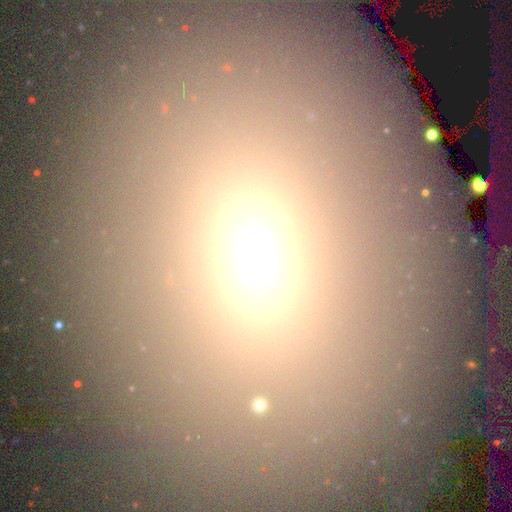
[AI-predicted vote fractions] Smooth or featured?
  - smooth: 62% *
  - star or artifact: 24%
  - featured or disk: 15%
How rounded?
  - in between: 60% *
  - round: 34%
  - cigar-shaped: 6%
Merging?
  - none: 70% *
  - merger: 12%
  - minor disturbance: 12%
  - major disturbance: 7%